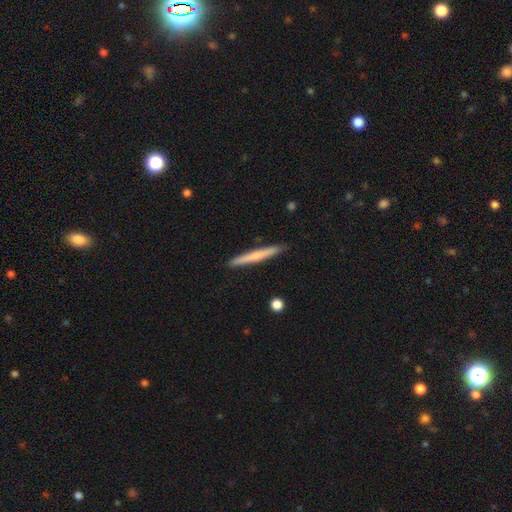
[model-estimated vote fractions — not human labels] smooth_or_featured: smooth (p=0.62) [alt: featured or disk p=0.32]
how_rounded: cigar-shaped (p=0.96) [alt: in between p=0.03]
merging: none (p=0.91) [alt: minor disturbance p=0.07]